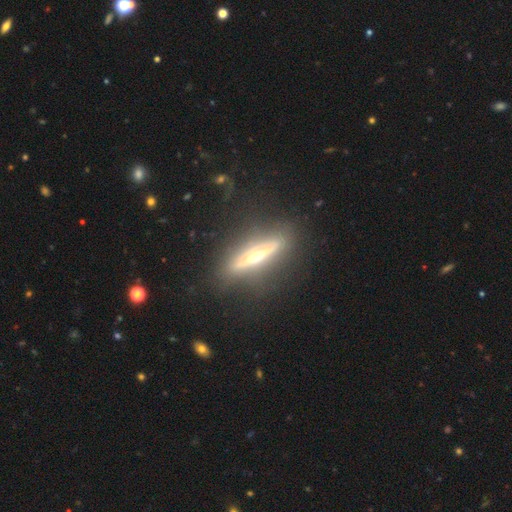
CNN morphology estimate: This is likely a featured or disk galaxy (75%). It is clearly viewed edge-on (91%). Edge-on bulge: clearly rounded (92%). Merging: clearly none (82%).